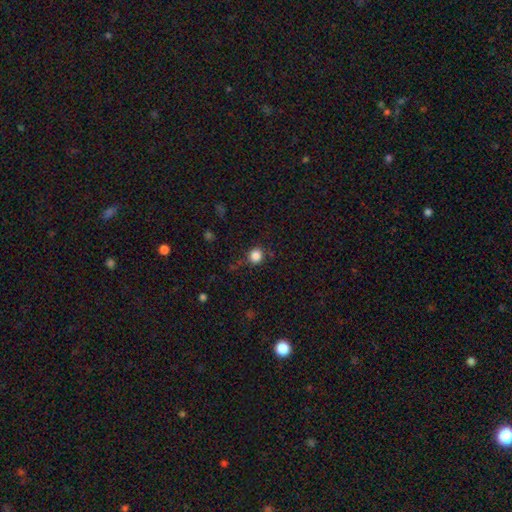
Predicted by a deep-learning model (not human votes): Q: Smooth or featured?
A: smooth (85%); runner-up: star or artifact (11%)
Q: How rounded?
A: round (90%); runner-up: in between (9%)
Q: Merging?
A: none (81%); runner-up: minor disturbance (12%)